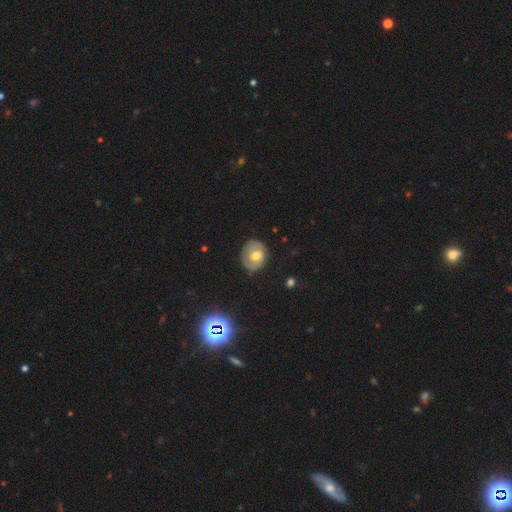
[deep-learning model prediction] smooth-or-featured: smooth: 46% | featured or disk: 45% | star or artifact: 9%
  merging: none: 73% | minor disturbance: 20% | major disturbance: 5% | merger: 1%